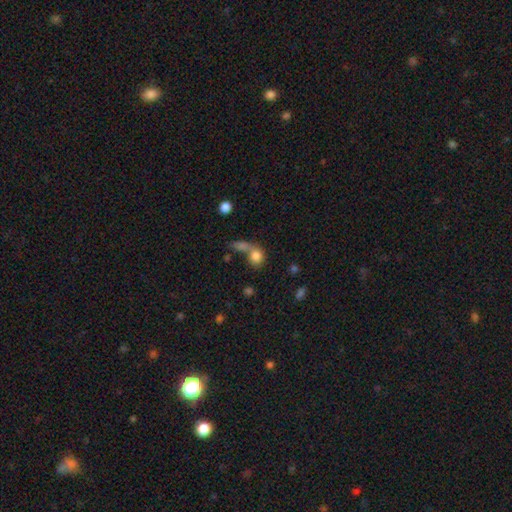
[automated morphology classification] This appears to be a smooth galaxy with no disk features (80%) that is round (68%). Merging: merger (48%).